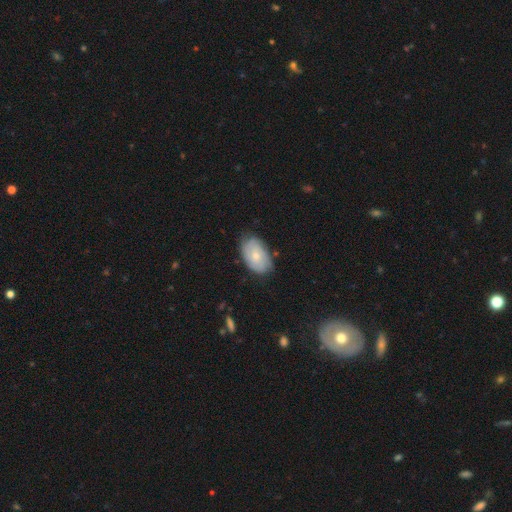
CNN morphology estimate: smooth_or_featured: smooth (p=0.49) [alt: featured or disk p=0.45]
merging: none (p=0.74) [alt: minor disturbance p=0.21]